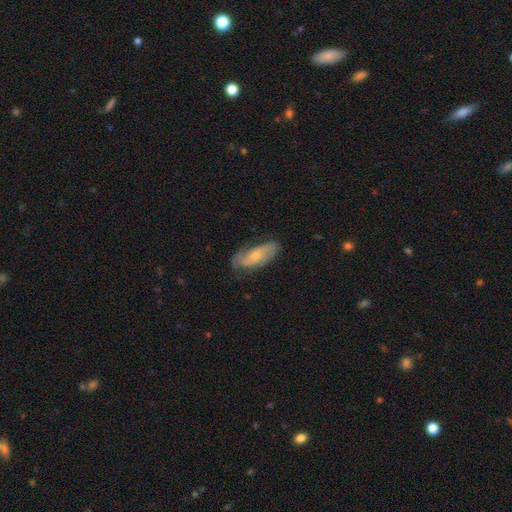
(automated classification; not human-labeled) A featured or disk galaxy (55%). Merging: none (64%).